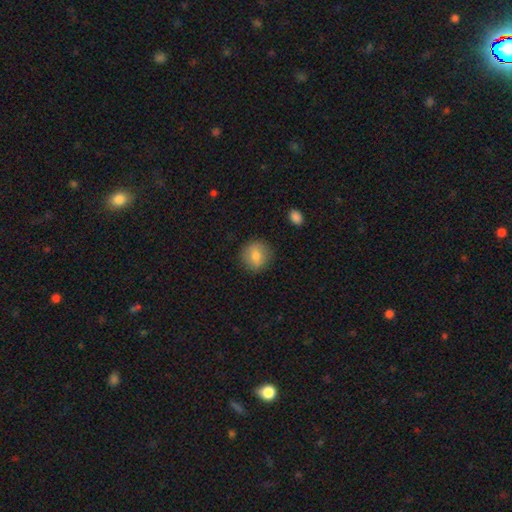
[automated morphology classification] This is likely a smooth galaxy (79%). How rounded: clearly round (88%). Merging: clearly none (85%).